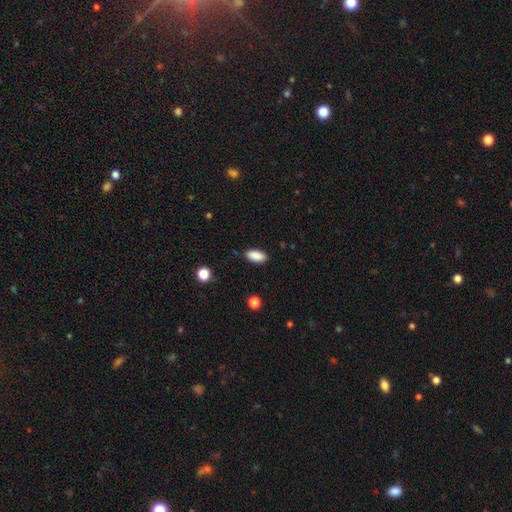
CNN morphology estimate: A smooth galaxy with no disk features (88%) that is in between round and cigar-shaped (90%). Merging: none (87%).